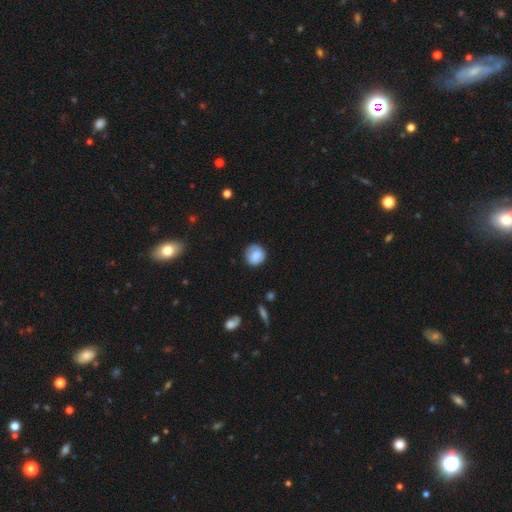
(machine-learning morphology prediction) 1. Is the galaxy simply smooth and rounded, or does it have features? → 84% smooth, 9% featured or disk, 8% star or artifact.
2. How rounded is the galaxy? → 88% round, 11% in between, 1% cigar-shaped.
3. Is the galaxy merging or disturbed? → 77% none, 17% minor disturbance, 4% major disturbance, 1% merger.